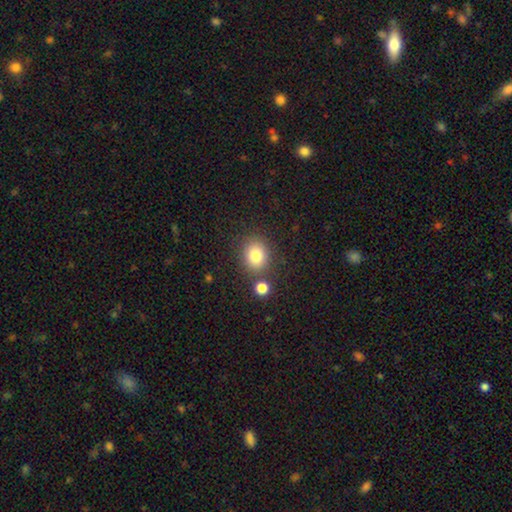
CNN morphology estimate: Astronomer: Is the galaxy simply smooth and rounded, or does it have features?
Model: smooth — 82%.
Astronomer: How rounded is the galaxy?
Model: round — 70%.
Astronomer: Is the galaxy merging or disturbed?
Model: none — 78%.